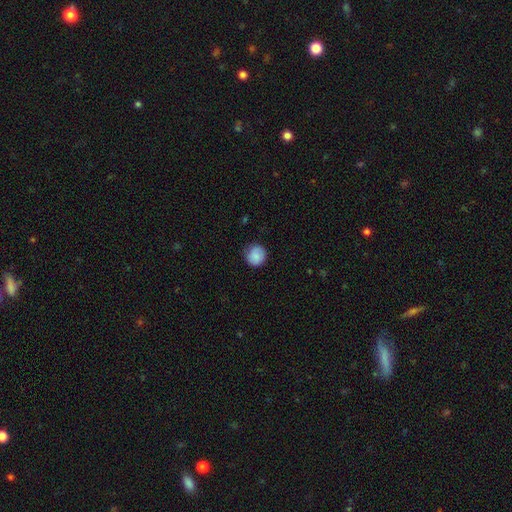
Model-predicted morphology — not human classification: smooth 84%, featured or disk 8%, star or artifact 7%. Down the decision tree: how rounded — round (91%); merging — none (81%).